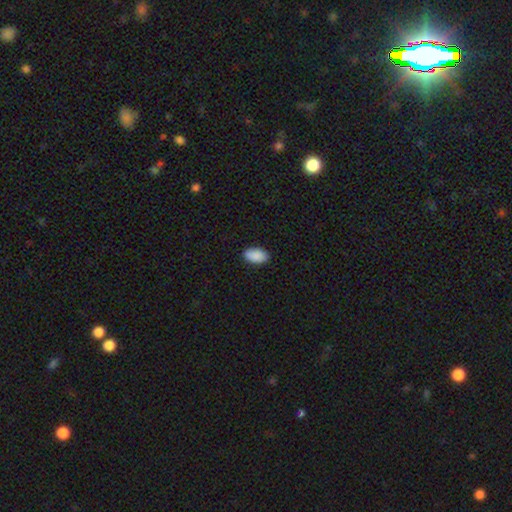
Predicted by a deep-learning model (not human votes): Overall: smooth (90%). How rounded: in between (94%). Merging: none (88%).